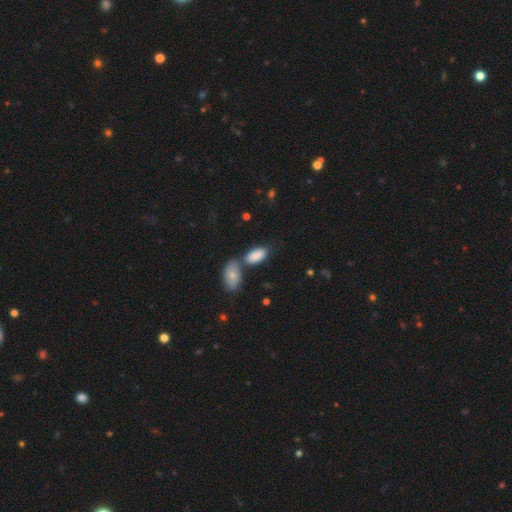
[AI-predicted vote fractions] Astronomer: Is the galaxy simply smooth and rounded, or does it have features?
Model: smooth — 84%.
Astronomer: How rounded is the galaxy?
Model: in between — 91%.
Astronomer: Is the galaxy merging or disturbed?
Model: none — 49% (runner-up: merger, 32%).